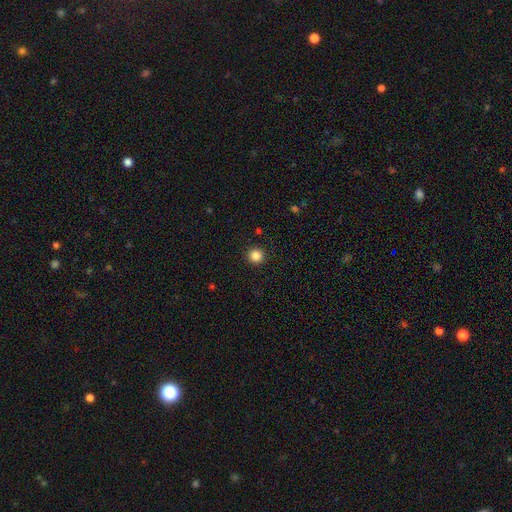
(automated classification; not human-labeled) smooth 86%, star or artifact 11%, featured or disk 3%. Down the decision tree: how rounded — round (95%); merging — none (93%).